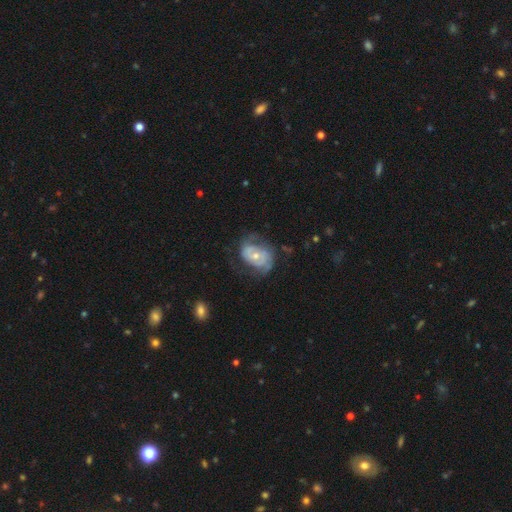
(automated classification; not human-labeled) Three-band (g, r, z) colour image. It shows a featured or disk galaxy (72%) with no bar (65%), 2 (54%) tight (42%) spiral arms (81%) and a moderate central bulge (49%). Merging: none (53%).